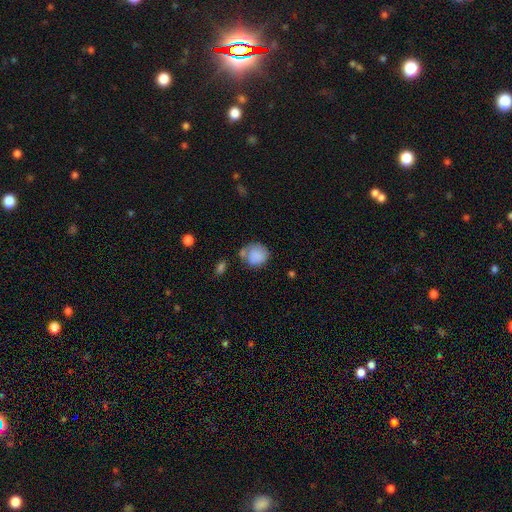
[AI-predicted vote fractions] A smooth galaxy with no disk features (80%) that is round (74%).

Vote fractions:
- Smooth or featured? smooth: 80% / featured or disk: 12% / star or artifact: 8%
- How rounded? round: 74% / in between: 25% / cigar-shaped: 1%
- Merging? none: 47% / minor disturbance: 25% / merger: 15% / major disturbance: 13%